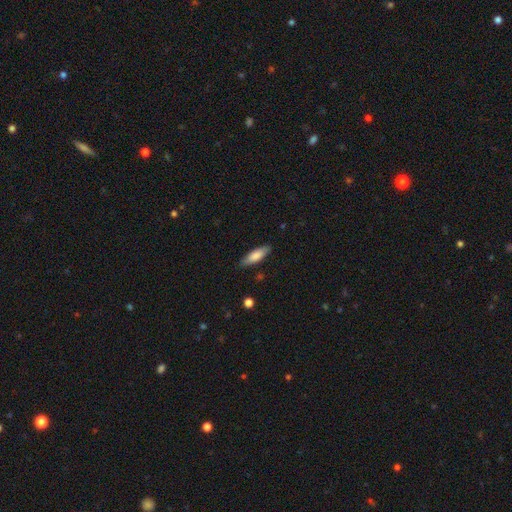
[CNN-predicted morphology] Smooth or featured?
  - smooth: 79% *
  - featured or disk: 16%
  - star or artifact: 6%
How rounded?
  - in between: 49% * (tied)
  - cigar-shaped: 49% * (tied)
  - round: 2%
Merging?
  - none: 84% *
  - minor disturbance: 12%
  - major disturbance: 2%
  - merger: 1%